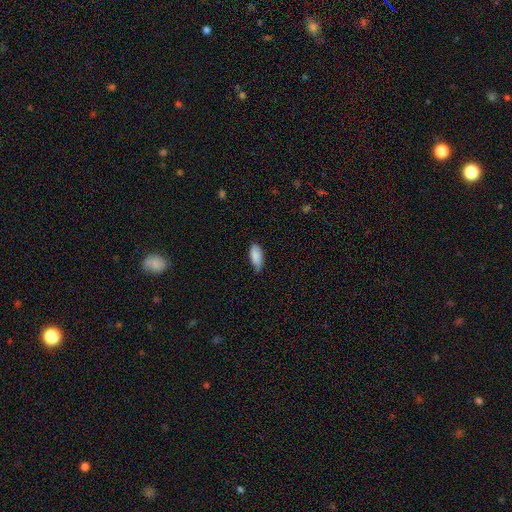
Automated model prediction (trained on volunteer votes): smooth 87%, featured or disk 7%, star or artifact 6%. Down the decision tree: how rounded — in between (86%); merging — none (66%).